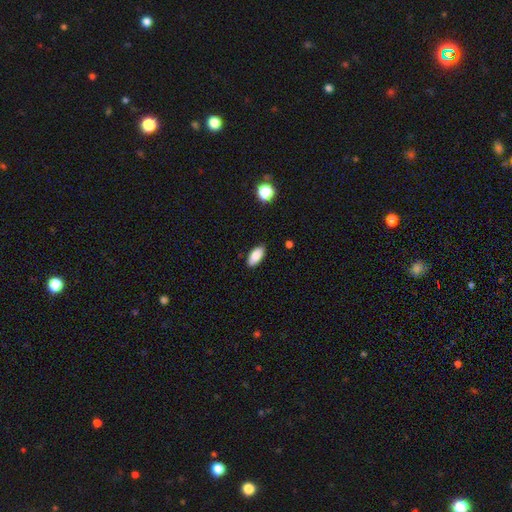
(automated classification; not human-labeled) Morphology: type=smooth (86%); roundness=in between (90%); merging=none (88%).